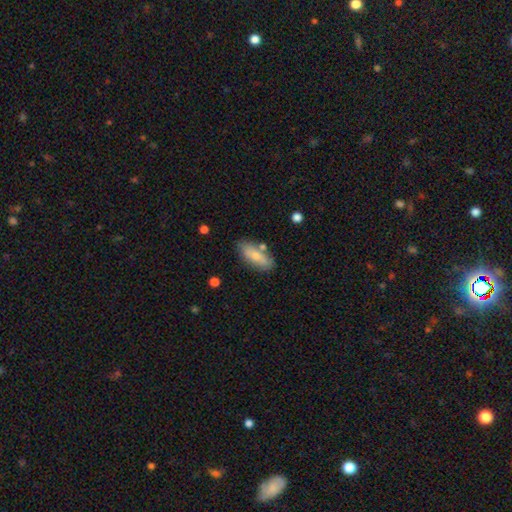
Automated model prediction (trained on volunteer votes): Smooth or featured? smooth (66%)
How rounded? in between (77%)
Merging? none (72%)